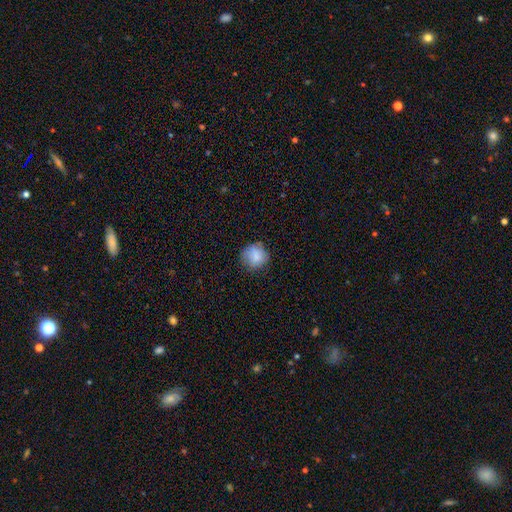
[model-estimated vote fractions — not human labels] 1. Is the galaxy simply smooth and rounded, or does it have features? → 83% smooth, 9% star or artifact, 8% featured or disk.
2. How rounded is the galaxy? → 89% round, 10% in between, 1% cigar-shaped.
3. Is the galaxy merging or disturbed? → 79% none, 16% minor disturbance, 4% major disturbance, 1% merger.